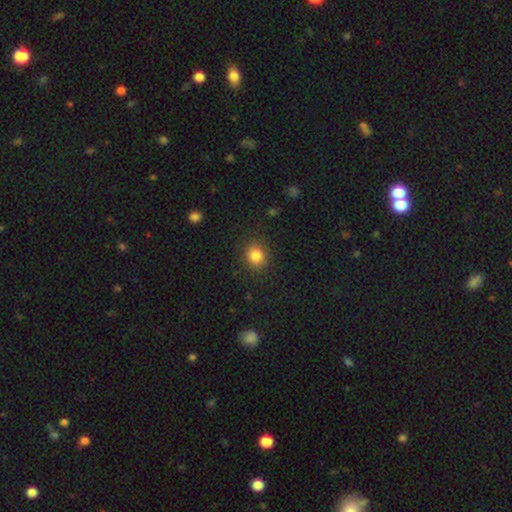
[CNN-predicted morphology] A smooth galaxy with no disk features (84%) that is round (80%). Merging: none (88%).